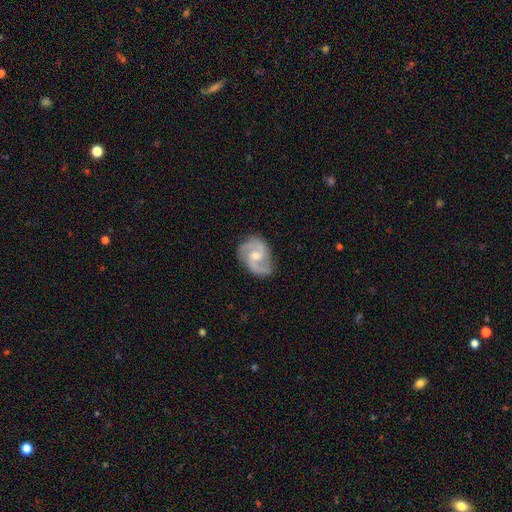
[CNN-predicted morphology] Overall: featured or disk (86%). Edge-on disk: no (98%). Bar: weak (47%; no 44%). Spiral arms: yes (96%). Spiral arm count: 2 (87%). Spiral winding: medium (55%; loose 26%). Bulge size: moderate (63%; small 31%). Merging: none (76%).